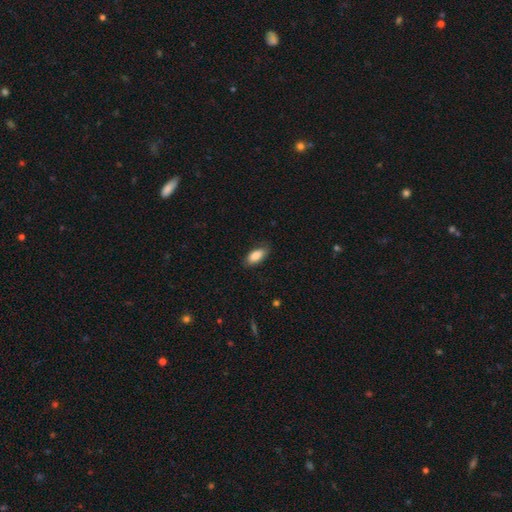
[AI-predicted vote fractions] Overall: smooth (87%). How rounded: in between (88%). Merging: none (80%).